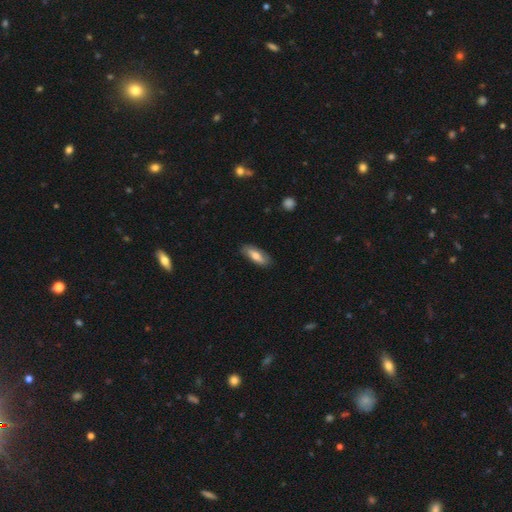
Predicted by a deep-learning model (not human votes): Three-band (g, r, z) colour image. It shows a smooth galaxy with no disk features (69%) that is in between round and cigar-shaped (70%). Merging: none (84%).